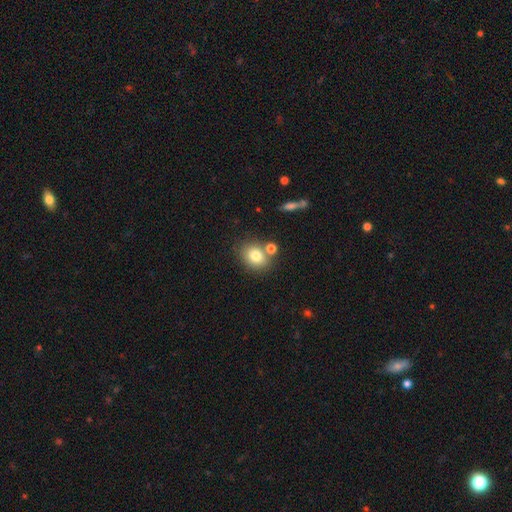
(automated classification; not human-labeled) Smooth or featured: smooth — 78% (featured or disk — 11%)
How rounded: round — 56% (in between — 43%)
Merging: none — 68% (merger — 18%)